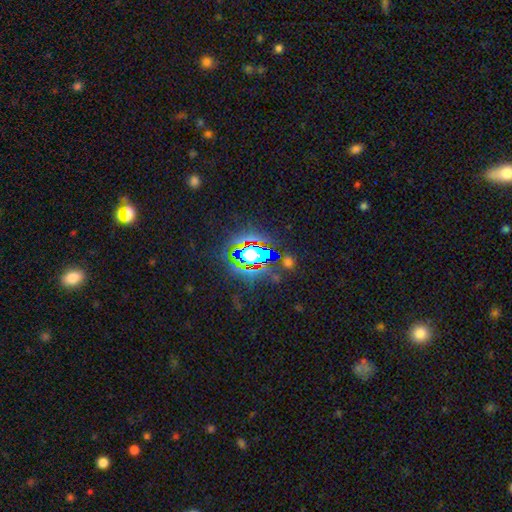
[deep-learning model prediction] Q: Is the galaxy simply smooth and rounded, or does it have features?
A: star or artifact — 61%.